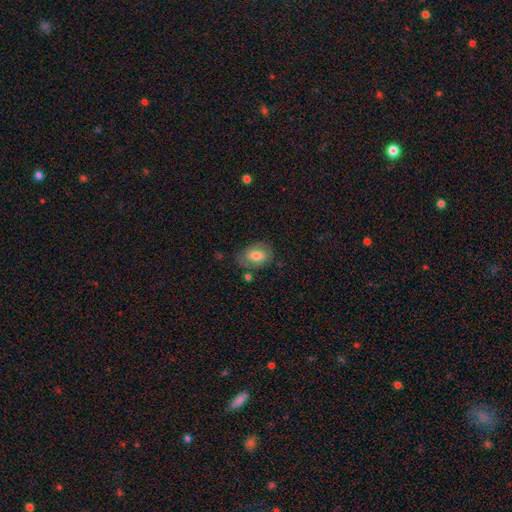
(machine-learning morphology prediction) Smooth or featured? Predicted: smooth (p=0.61). How rounded? Predicted: in between (p=0.80). Merging? Predicted: none (p=0.67).